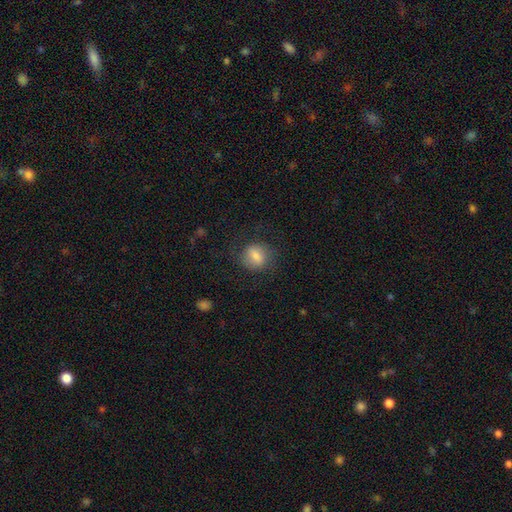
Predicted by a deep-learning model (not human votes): smooth 74%, featured or disk 17%, star or artifact 10%. Down the decision tree: how rounded — round (67%); merging — none (75%).